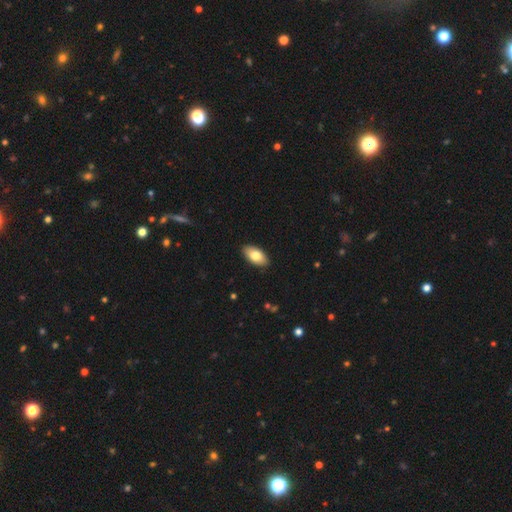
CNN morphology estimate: smooth_or_featured: smooth (p=0.79) [alt: featured or disk p=0.14]
how_rounded: in between (p=0.94) [alt: round p=0.03]
merging: none (p=0.90) [alt: minor disturbance p=0.08]